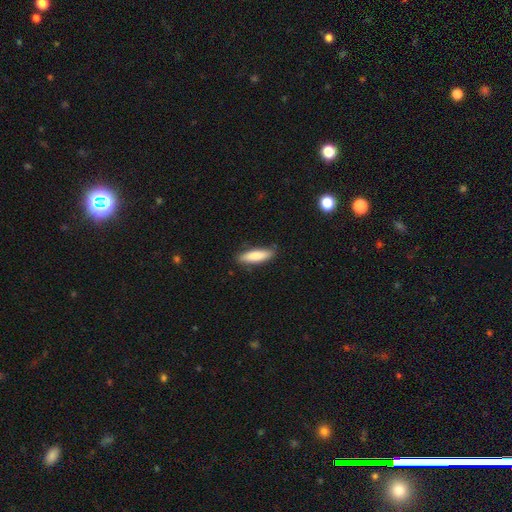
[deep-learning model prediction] This is clearly a smooth galaxy (84%). How rounded: likely cigar-shaped (60%). Merging: clearly none (82%).